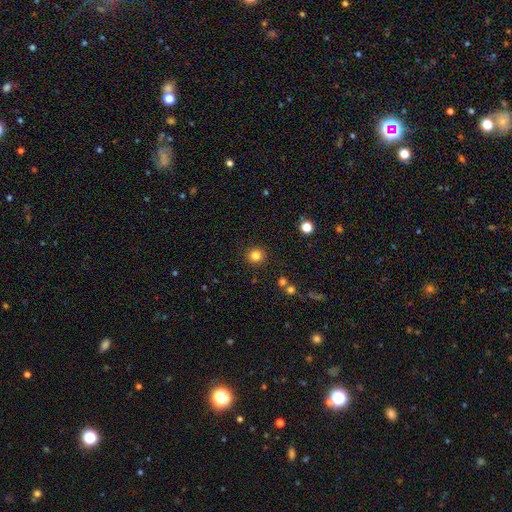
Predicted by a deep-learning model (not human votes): This appears to be a smooth galaxy with no disk features (82%) that is round (91%). Merging: none (91%).